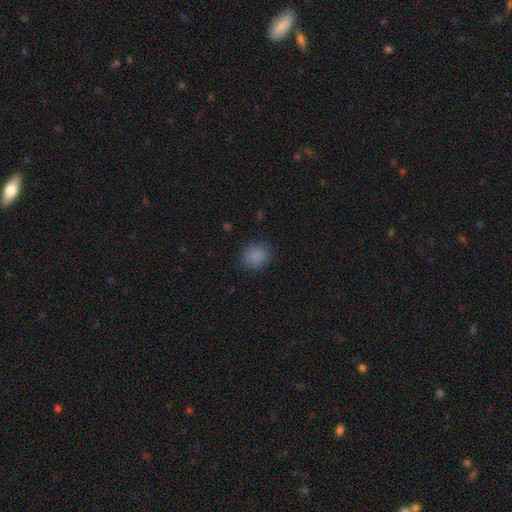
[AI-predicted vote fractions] This is clearly a smooth galaxy (86%). How rounded: likely round (74%). Merging: clearly none (83%).